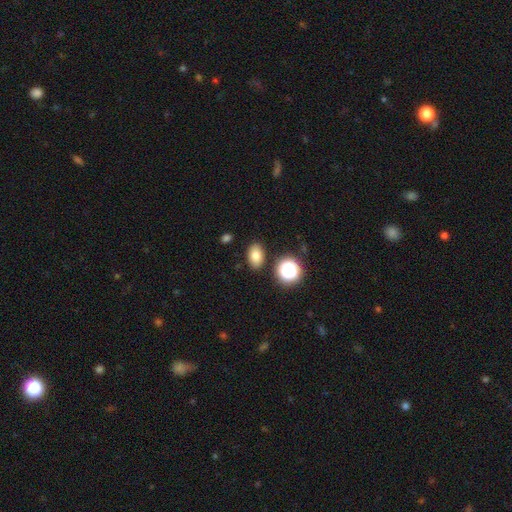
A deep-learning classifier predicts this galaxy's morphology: Q: Smooth or featured?
A: smooth (78%); runner-up: star or artifact (13%)
Q: How rounded?
A: in between (83%); runner-up: round (16%)
Q: Merging?
A: none (85%); runner-up: minor disturbance (9%)